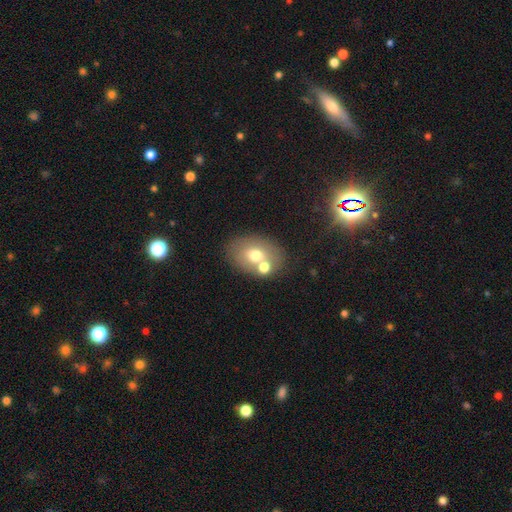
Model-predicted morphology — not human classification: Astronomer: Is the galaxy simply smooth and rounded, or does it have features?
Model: smooth — 65%.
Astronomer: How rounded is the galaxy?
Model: in between — 72%.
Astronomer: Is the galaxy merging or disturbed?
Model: none — 57%.